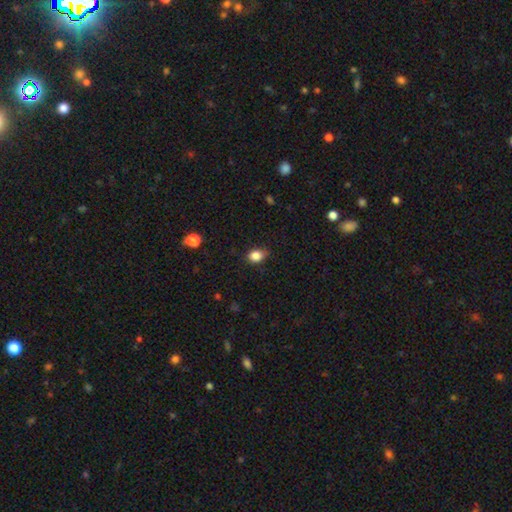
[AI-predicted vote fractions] Q: Smooth or featured?
A: smooth (85%); runner-up: star or artifact (10%)
Q: How rounded?
A: in between (56%); runner-up: round (43%)
Q: Merging?
A: none (75%); runner-up: minor disturbance (21%)